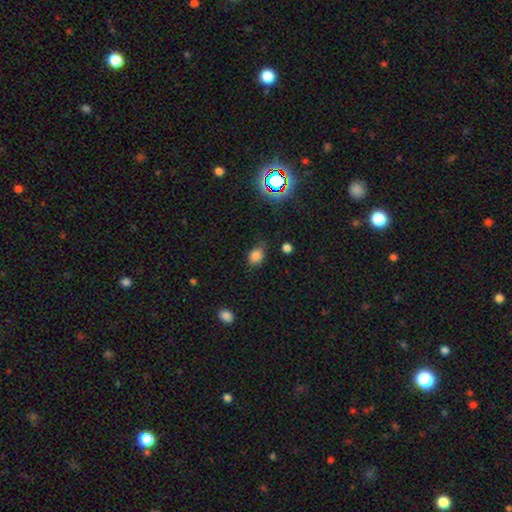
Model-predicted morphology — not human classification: smooth 79%, star or artifact 15%, featured or disk 6%. Down the decision tree: how rounded — in between (64%); merging — none (65%).